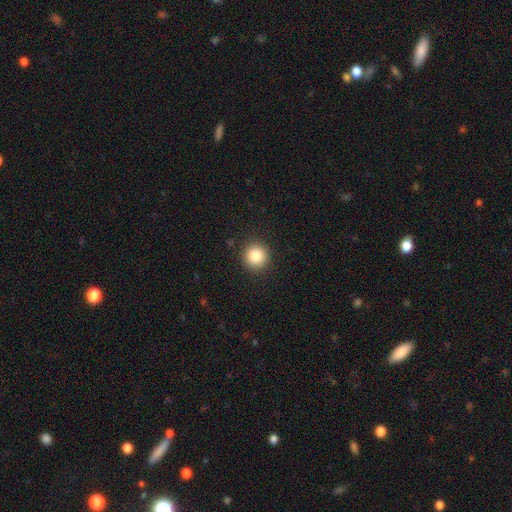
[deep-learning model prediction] Smooth or featured: smooth — 86% (star or artifact — 10%)
How rounded: round — 94% (in between — 5%)
Merging: none — 91% (minor disturbance — 6%)